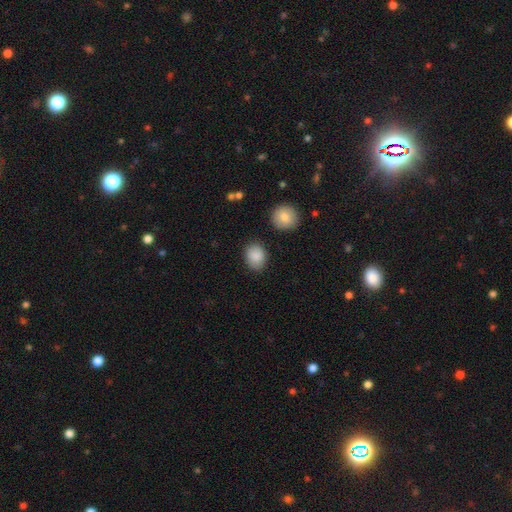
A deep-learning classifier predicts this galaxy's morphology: smooth-or-featured: smooth: 88% | star or artifact: 7% | featured or disk: 5%
  how-rounded: in between: 59% | round: 40% | cigar-shaped: 1%
  merging: none: 83% | minor disturbance: 12% | major disturbance: 3% | merger: 3%